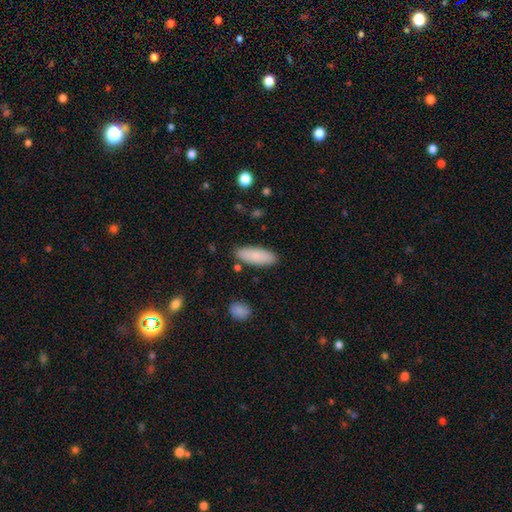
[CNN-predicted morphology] This is clearly a smooth galaxy (85%). How rounded: likely in between (67%). Merging: clearly none (86%).